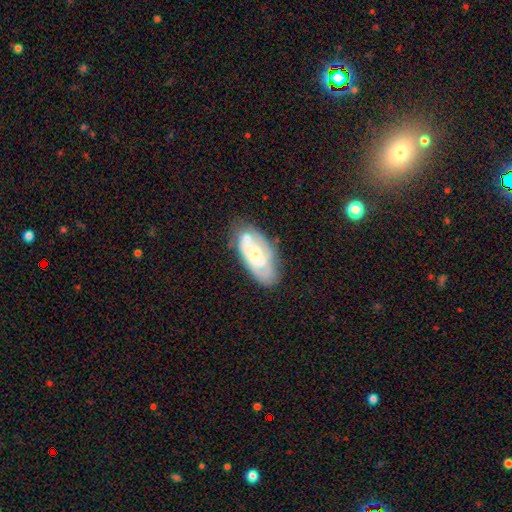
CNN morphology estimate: Q: Smooth or featured?
A: featured or disk (61%); runner-up: smooth (32%)
Q: Edge-on disk?
A: no (93%); runner-up: yes (7%)
Q: Bar?
A: no (75%); runner-up: weak (20%)
Q: Spiral arms?
A: yes (60%); runner-up: no (40%)
Q: Bulge size?
A: small (51%); runner-up: moderate (36%)
Q: Merging?
A: none (54%); runner-up: minor disturbance (24%)